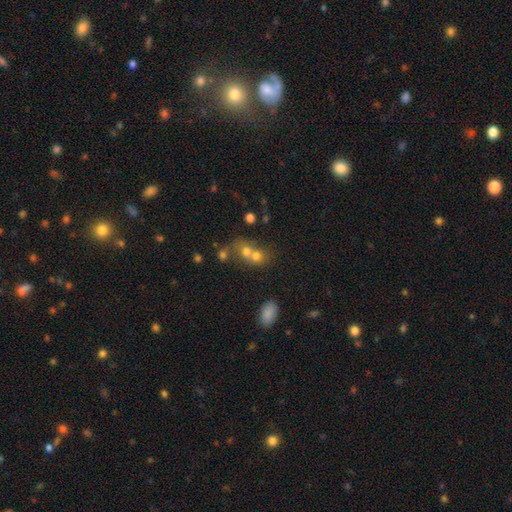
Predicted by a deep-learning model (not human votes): Smooth or featured? smooth (66%)
How rounded? round (66%)
Merging? merger (66%)